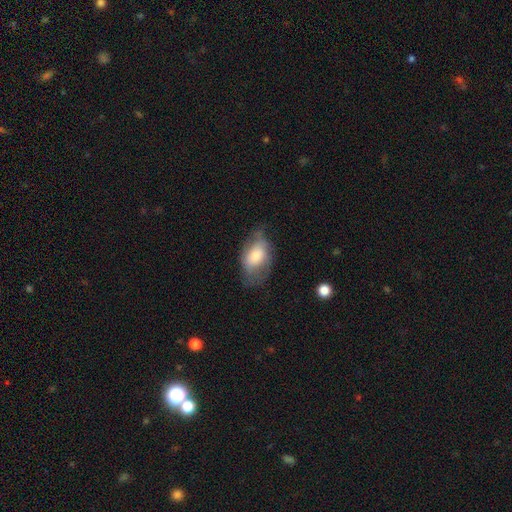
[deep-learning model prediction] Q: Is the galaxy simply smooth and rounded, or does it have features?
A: smooth — 65%.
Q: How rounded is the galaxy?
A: in between — 89%.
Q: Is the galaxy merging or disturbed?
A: none — 48%.